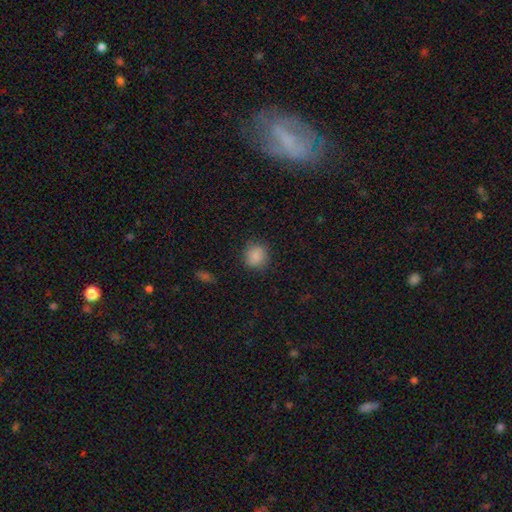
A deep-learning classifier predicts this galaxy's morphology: smooth 87%, star or artifact 9%, featured or disk 4%. Down the decision tree: how rounded — round (79%); merging — none (85%).